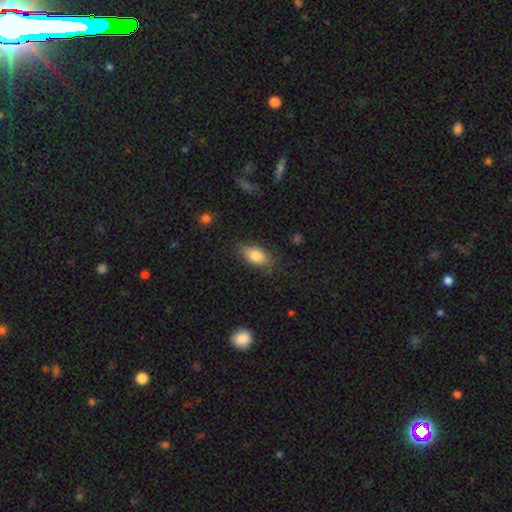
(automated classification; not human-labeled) smooth 80%, featured or disk 12%, star or artifact 7%. Down the decision tree: how rounded — in between (88%); merging — none (77%).